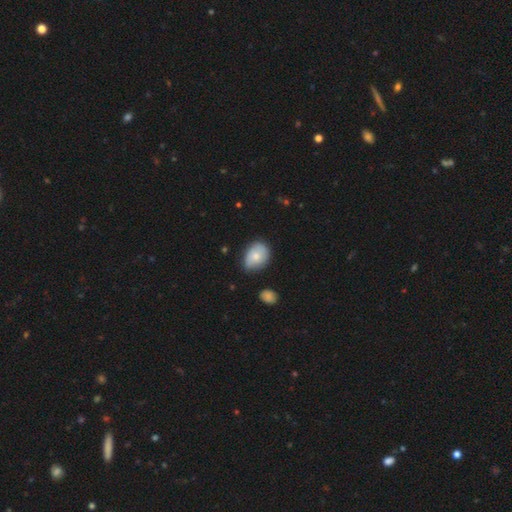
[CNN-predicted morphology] type=smooth (74%); roundness=in between (68%); merging=none (58%).